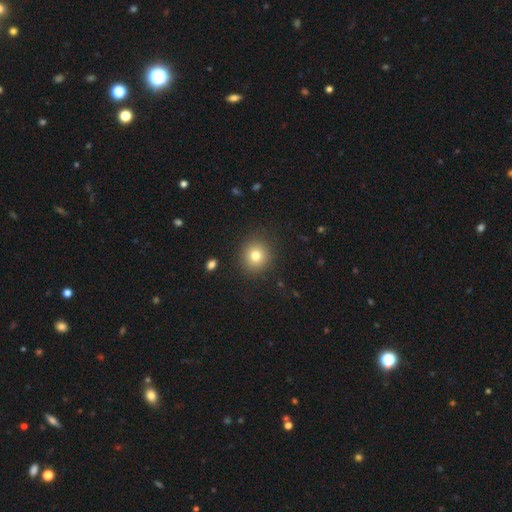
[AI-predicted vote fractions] The model was most divided on "smooth or featured": smooth: 79%, star or artifact: 12%, featured or disk: 9%. More confident: how rounded — round (91%); merging — none (90%).